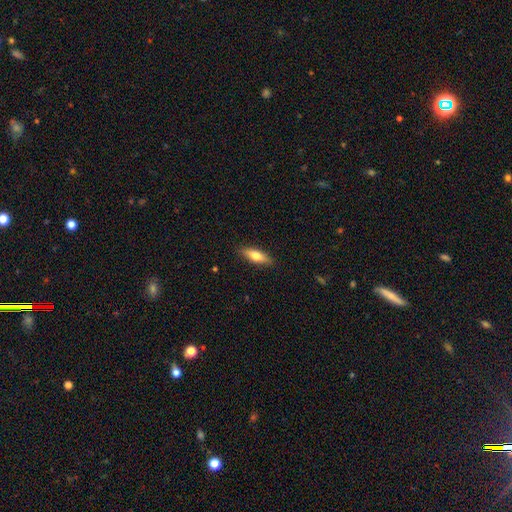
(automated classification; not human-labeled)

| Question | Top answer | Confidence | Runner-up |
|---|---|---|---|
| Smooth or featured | smooth | 63% | featured or disk (31%) |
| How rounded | in between | 51% | cigar-shaped (46%) |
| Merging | none | 88% | minor disturbance (9%) |